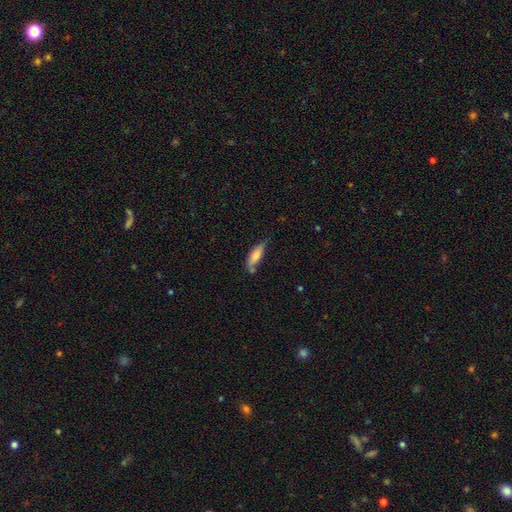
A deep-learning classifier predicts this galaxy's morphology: This is likely a smooth galaxy (72%). How rounded: possibly cigar-shaped (52%). Merging: possibly none (54%).